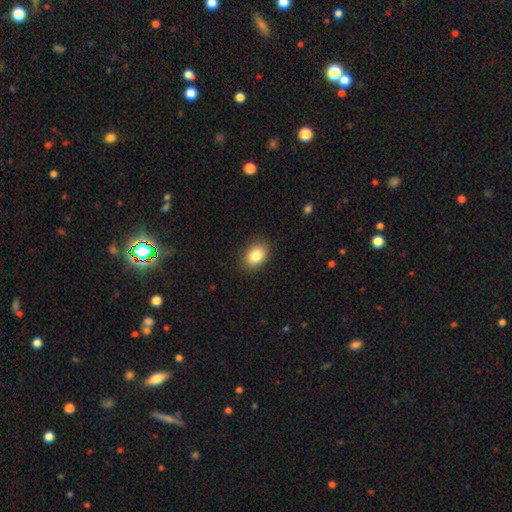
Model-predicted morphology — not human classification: A smooth galaxy with no disk features (85%) that is in between round and cigar-shaped (72%).

Vote fractions:
- Smooth or featured? smooth: 85% / star or artifact: 9% / featured or disk: 7%
- How rounded? in between: 72% / round: 27% / cigar-shaped: 1%
- Merging? none: 87% / minor disturbance: 9% / major disturbance: 2% / merger: 1%